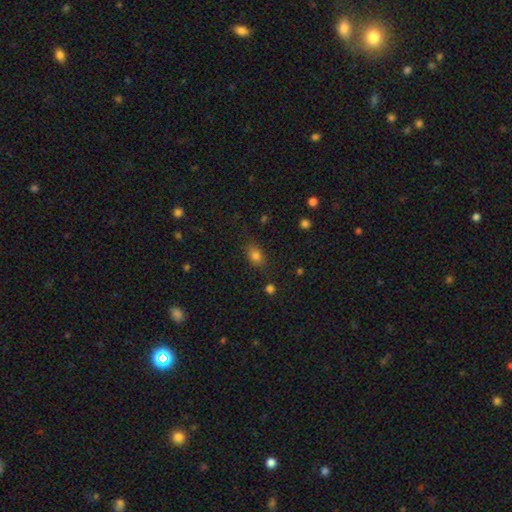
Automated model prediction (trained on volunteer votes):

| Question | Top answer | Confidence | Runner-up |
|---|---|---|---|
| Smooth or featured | smooth | 79% | star or artifact (14%) |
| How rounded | in between | 75% | round (22%) |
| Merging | none | 74% | minor disturbance (18%) |